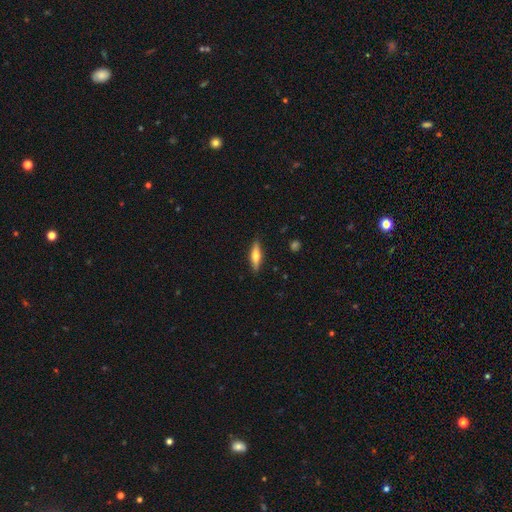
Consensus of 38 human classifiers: smooth_or_featured: smooth (p=0.66) [alt: featured or disk p=0.26]
how_rounded: cigar-shaped (p=0.80) [alt: in between p=0.12]
merging: none (p=0.94) [alt: merger p=0.06]